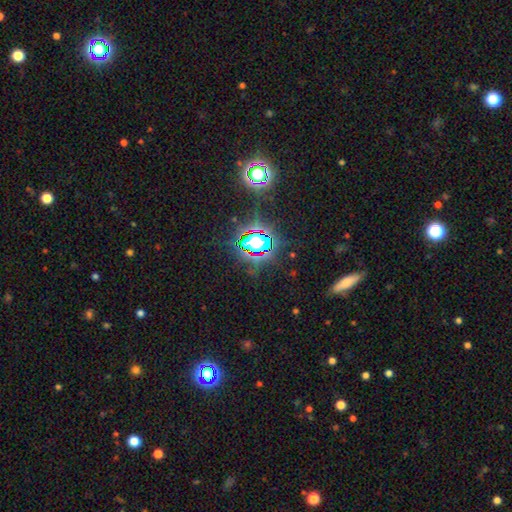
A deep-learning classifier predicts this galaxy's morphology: smooth_or_featured: star or artifact (p=0.78) [alt: smooth p=0.13]